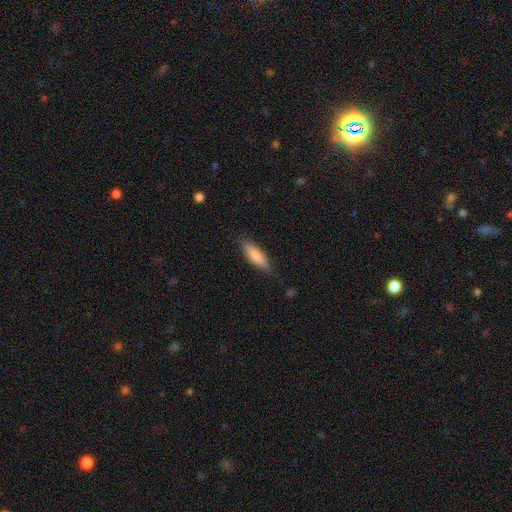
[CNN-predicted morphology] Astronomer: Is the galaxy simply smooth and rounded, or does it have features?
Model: smooth — 81%.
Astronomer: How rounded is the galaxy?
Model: cigar-shaped — 59% (runner-up: in between, 40%).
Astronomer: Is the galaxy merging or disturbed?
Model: none — 84%.